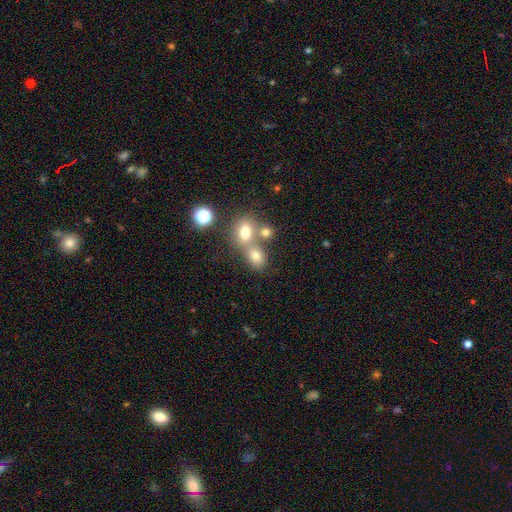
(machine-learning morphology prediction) This is likely a smooth galaxy (72%). How rounded: possibly in between (51%). Merging: marginally none (43%, tied with merger).